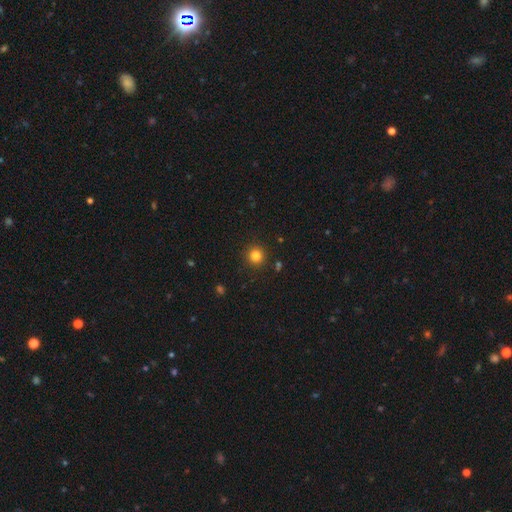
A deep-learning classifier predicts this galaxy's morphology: Smooth or featured? Predicted: smooth (p=0.82). How rounded? Predicted: round (p=0.95). Merging? Predicted: none (p=0.91).